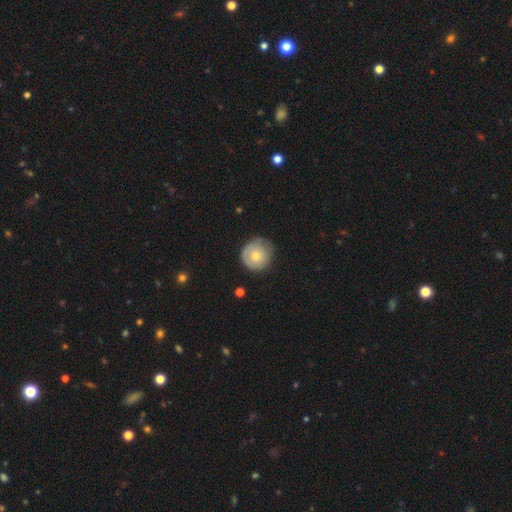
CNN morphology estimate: Q: Smooth or featured?
A: smooth (68%); runner-up: featured or disk (26%)
Q: How rounded?
A: round (92%); runner-up: in between (7%)
Q: Merging?
A: none (71%); runner-up: minor disturbance (22%)